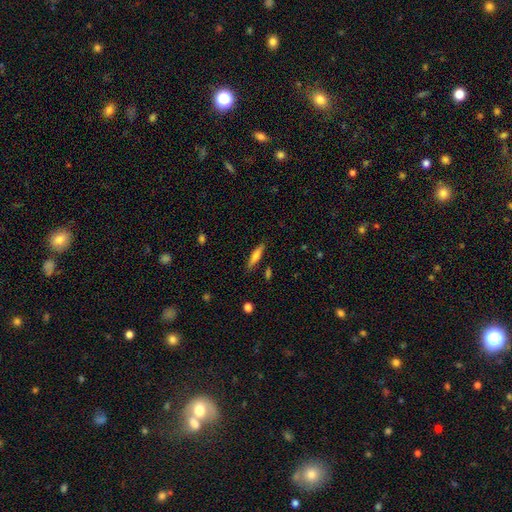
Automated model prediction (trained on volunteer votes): smooth 65%, featured or disk 28%, star or artifact 7%. Down the decision tree: how rounded — cigar-shaped (74%); merging — none (85%).